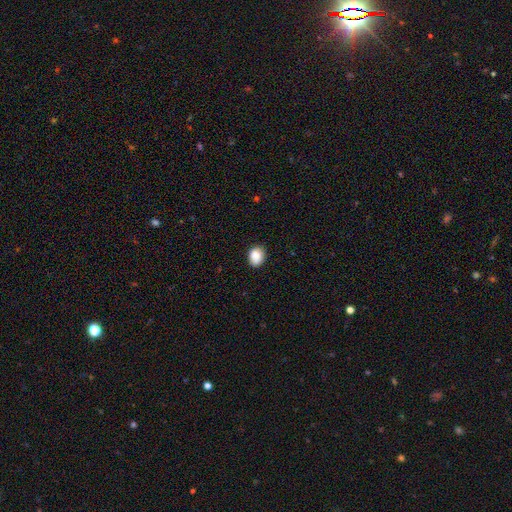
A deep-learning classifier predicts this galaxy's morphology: smooth_or_featured: smooth (p=0.86) [alt: star or artifact p=0.08]
how_rounded: in between (p=0.58) [alt: round p=0.41]
merging: none (p=0.81) [alt: minor disturbance p=0.15]